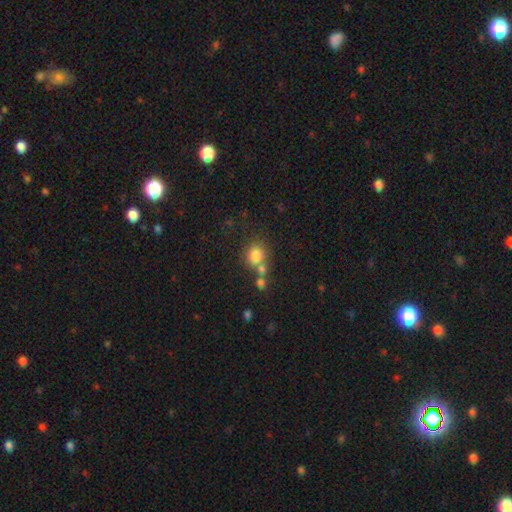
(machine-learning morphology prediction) smooth_or_featured: smooth (p=0.80) [alt: star or artifact p=0.12]
how_rounded: round (p=0.75) [alt: in between p=0.24]
merging: none (p=0.54) [alt: merger p=0.30]